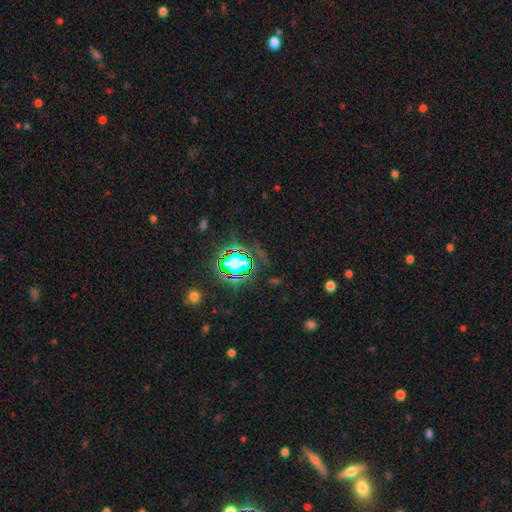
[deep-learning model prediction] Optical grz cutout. It shows a star or artifact, not a galaxy (76%).